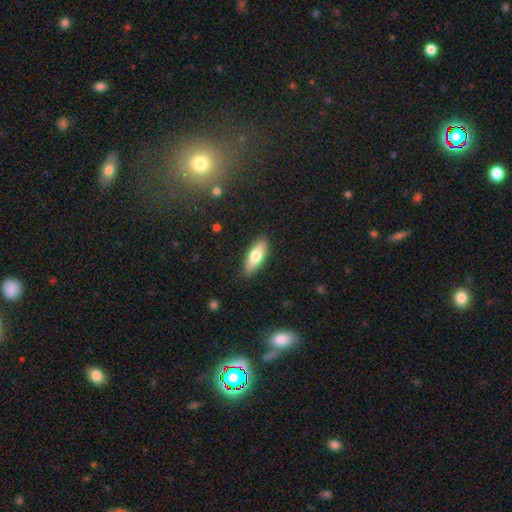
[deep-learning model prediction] This is likely a smooth galaxy (72%). How rounded: likely in between (63%). Merging: clearly none (88%).